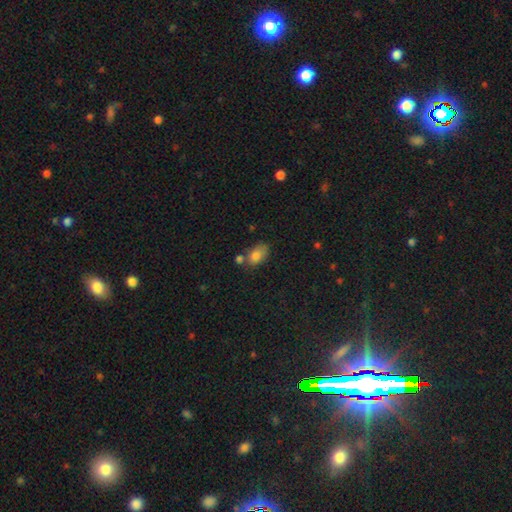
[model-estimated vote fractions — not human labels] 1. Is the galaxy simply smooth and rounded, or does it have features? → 82% smooth, 9% featured or disk, 9% star or artifact.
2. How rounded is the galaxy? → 88% in between, 11% round, 2% cigar-shaped.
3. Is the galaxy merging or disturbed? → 49% none, 23% minor disturbance, 21% merger, 7% major disturbance.